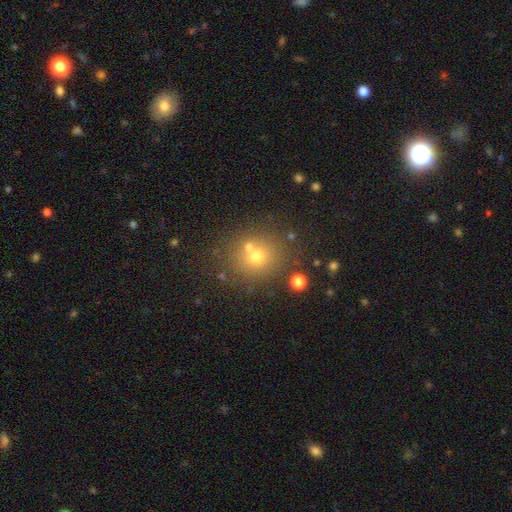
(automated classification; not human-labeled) Smooth or featured?
  - smooth: 65% *
  - star or artifact: 20%
  - featured or disk: 15%
How rounded?
  - round: 81% *
  - in between: 18%
  - cigar-shaped: 1%
Merging?
  - none: 67% *
  - merger: 19%
  - minor disturbance: 10%
  - major disturbance: 4%